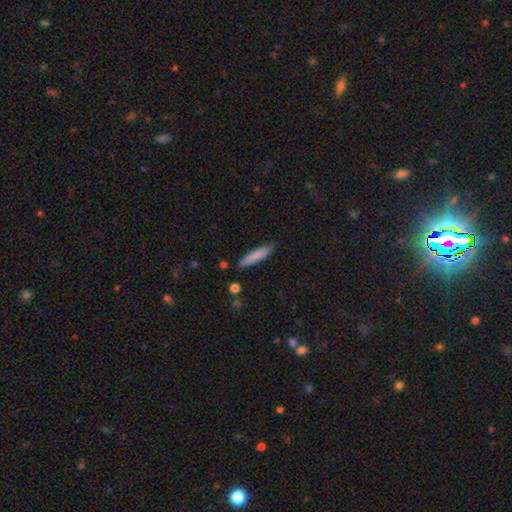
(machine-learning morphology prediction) Overall: smooth (81%). How rounded: cigar-shaped (85%). Merging: none (84%).